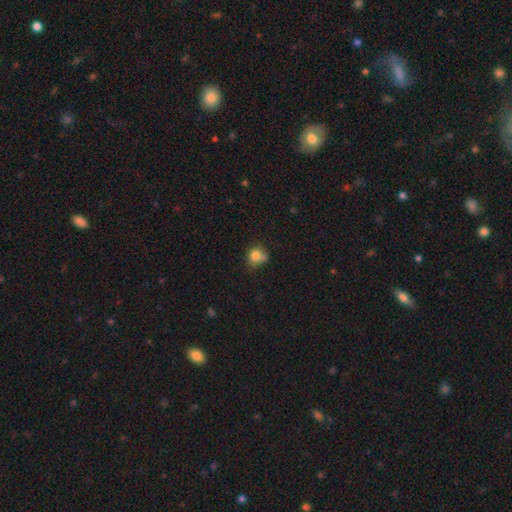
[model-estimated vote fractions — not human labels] smooth_or_featured: smooth (p=0.79) [alt: star or artifact p=0.12]
how_rounded: round (p=0.75) [alt: in between p=0.24]
merging: none (p=0.50) [alt: minor disturbance p=0.28]